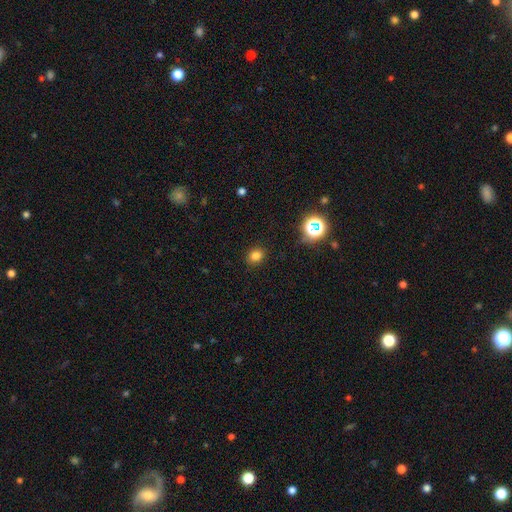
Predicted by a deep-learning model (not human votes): Smooth or featured: smooth — 79% (star or artifact — 16%)
How rounded: round — 65% (in between — 34%)
Merging: none — 89% (minor disturbance — 8%)